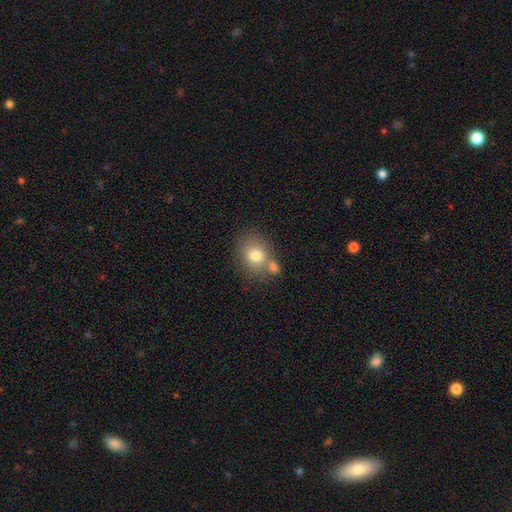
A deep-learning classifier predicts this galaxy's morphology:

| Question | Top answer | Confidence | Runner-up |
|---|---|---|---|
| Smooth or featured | smooth | 76% | featured or disk (14%) |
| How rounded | round | 56% | in between (43%) |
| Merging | none | 54% | merger (29%) |